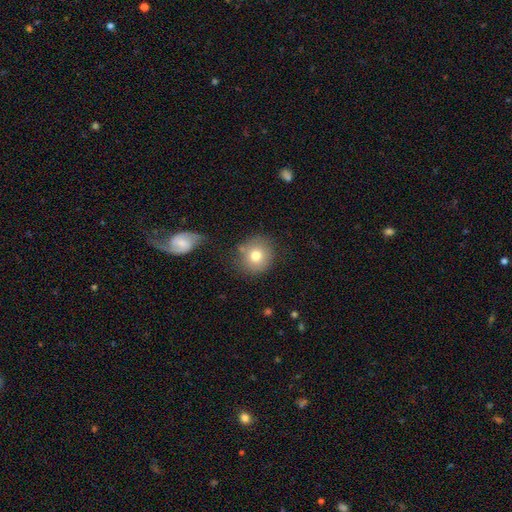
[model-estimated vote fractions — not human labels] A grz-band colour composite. It shows a smooth galaxy with no disk features (77%) that is round (90%). Merging: none (76%).